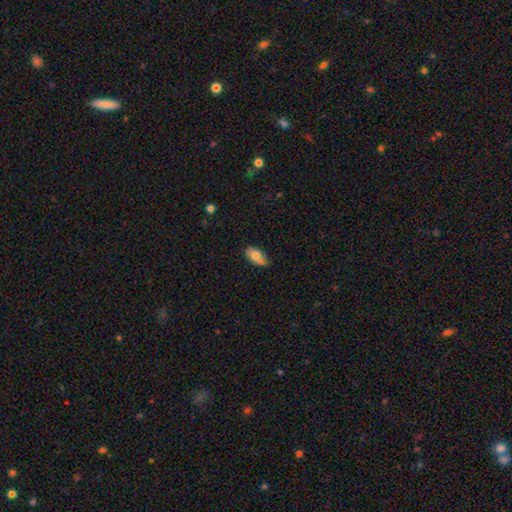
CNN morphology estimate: Smooth or featured? smooth (73%)
How rounded? in between (92%)
Merging? none (67%)